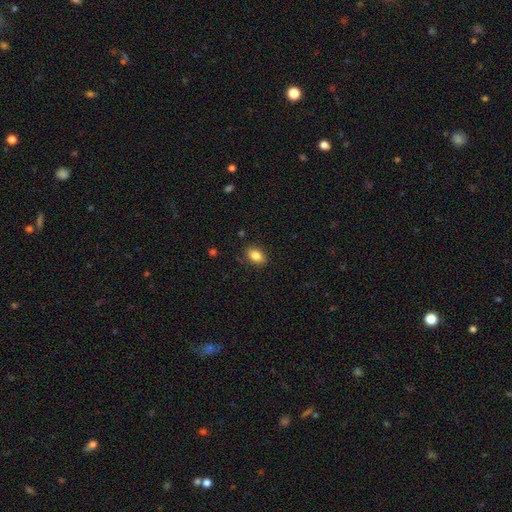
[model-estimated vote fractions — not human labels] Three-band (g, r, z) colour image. It shows a smooth galaxy with no disk features (85%) that is in between round and cigar-shaped (83%). Merging: none (85%).